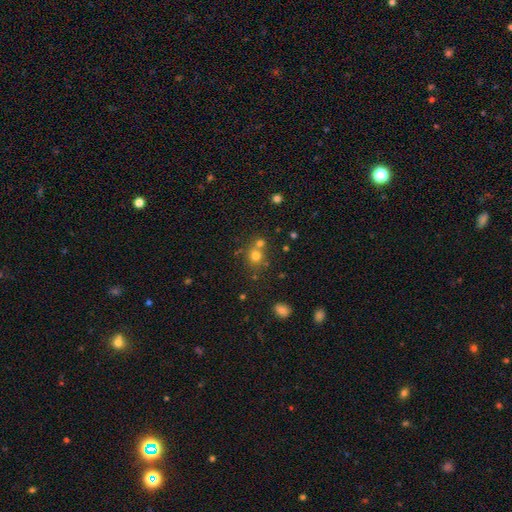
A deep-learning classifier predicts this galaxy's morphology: A smooth galaxy with no disk features (72%) that is round (83%). Merging: none (57%).